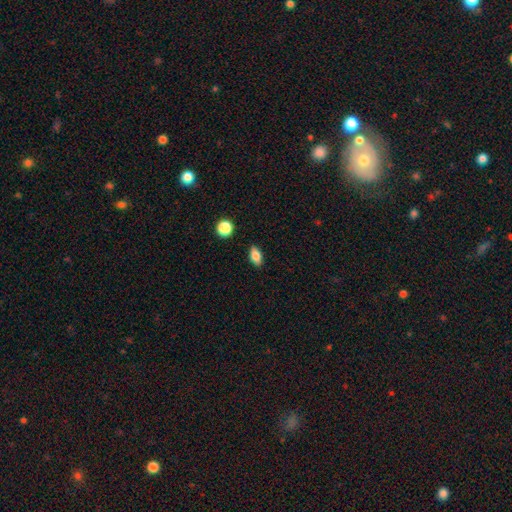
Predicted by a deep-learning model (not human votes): smooth_or_featured: smooth (p=0.82) [alt: featured or disk p=0.09]
how_rounded: in between (p=0.85) [alt: round p=0.09]
merging: none (p=0.87) [alt: minor disturbance p=0.09]